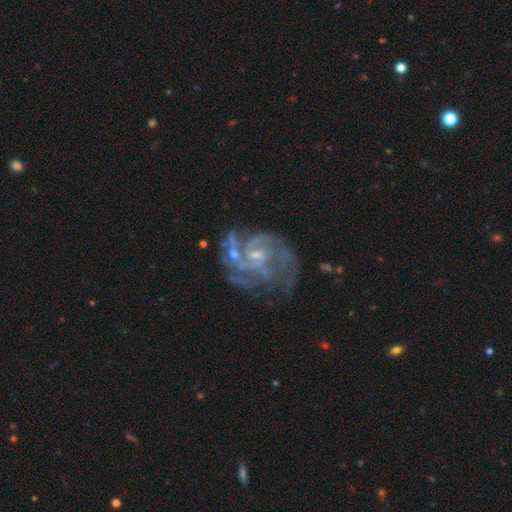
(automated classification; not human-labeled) The model was most divided on "spiral arm count": can't tell: 27%, 3: 26%, 2: 23%, 4: 11%, 1: 7%, more than 4: 7%. Remaining: edge-on disk — no (98%); spiral arms — yes (92%); smooth or featured — featured or disk (85%); bulge size — small (65%); bar — no (48%); merging — none (47%); spiral winding — medium (46%).